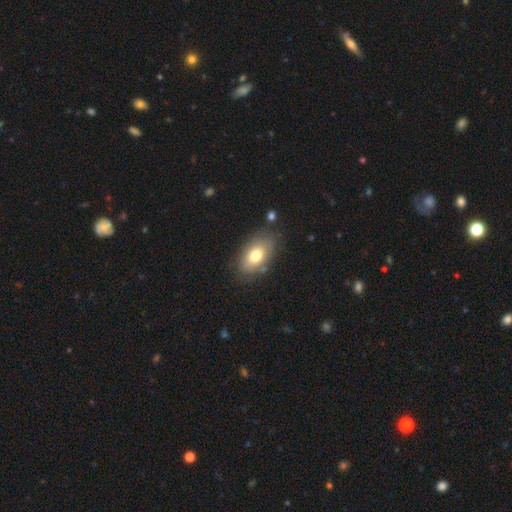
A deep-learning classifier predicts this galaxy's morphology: Smooth or featured?
  - smooth: 73% *
  - featured or disk: 19%
  - star or artifact: 8%
How rounded?
  - in between: 91% *
  - round: 7%
  - cigar-shaped: 2%
Merging?
  - none: 78% *
  - minor disturbance: 14%
  - major disturbance: 4%
  - merger: 4%